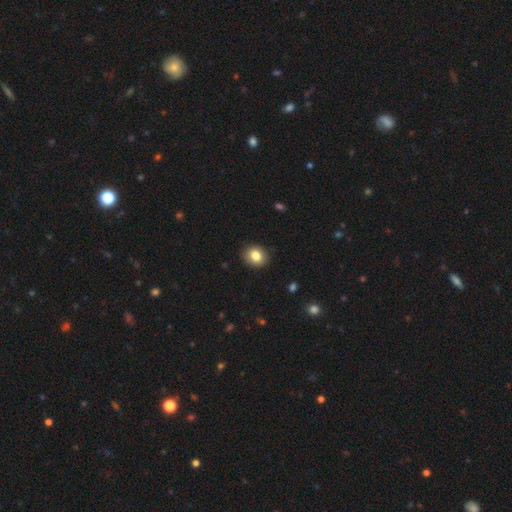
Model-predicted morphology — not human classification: smooth 83%, star or artifact 9%, featured or disk 7%. Down the decision tree: how rounded — round (62%); merging — none (90%).